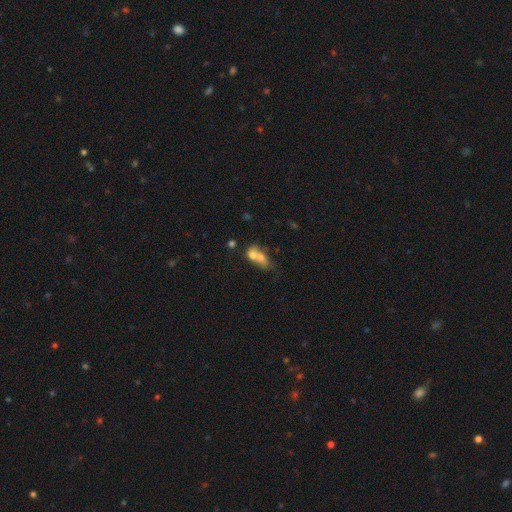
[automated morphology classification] smooth 63%, featured or disk 26%, star or artifact 11%. Down the decision tree: how rounded — in between (64%); merging — merger (67%).